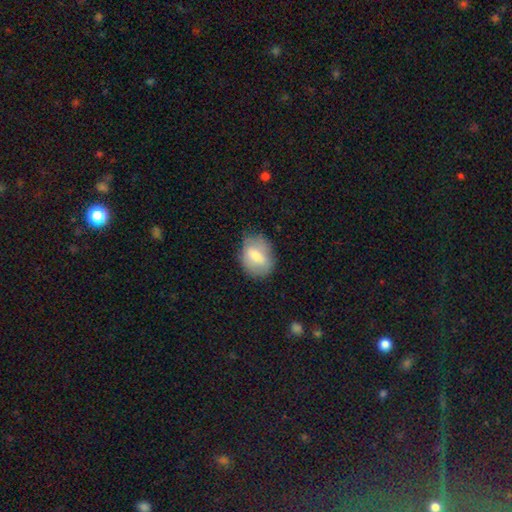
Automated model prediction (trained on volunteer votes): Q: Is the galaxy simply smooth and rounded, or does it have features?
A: smooth — 68%.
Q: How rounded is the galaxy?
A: in between — 65%.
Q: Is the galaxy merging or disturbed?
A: none — 66%.